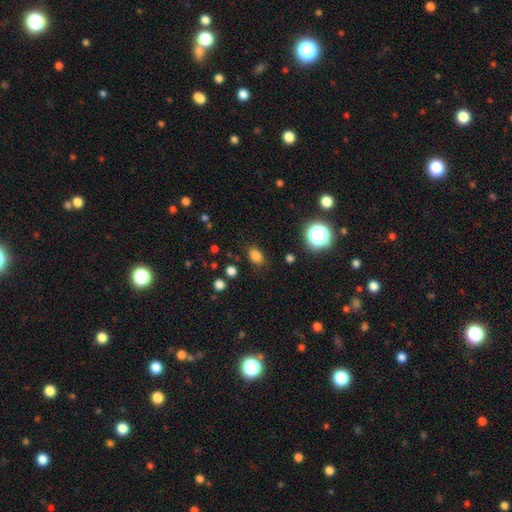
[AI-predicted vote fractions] Smooth or featured: smooth — 80% (star or artifact — 15%)
How rounded: in between — 73% (round — 25%)
Merging: none — 84% (minor disturbance — 11%)